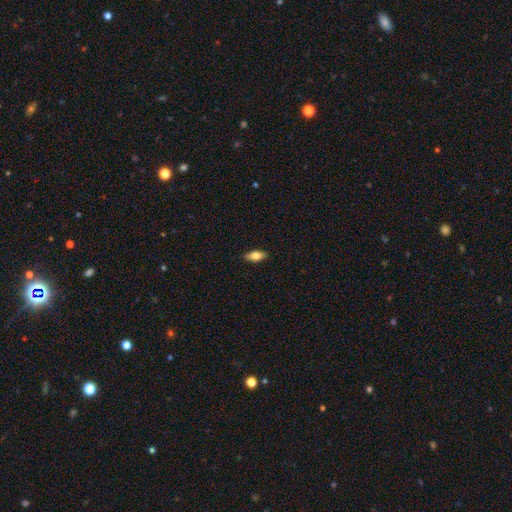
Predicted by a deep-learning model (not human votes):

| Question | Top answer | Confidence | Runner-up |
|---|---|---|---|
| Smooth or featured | smooth | 79% | featured or disk (14%) |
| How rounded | in between | 84% | cigar-shaped (13%) |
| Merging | none | 89% | minor disturbance (9%) |